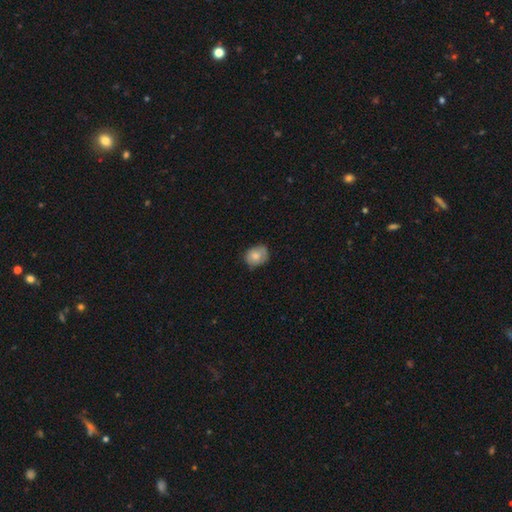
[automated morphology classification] This appears to be a smooth galaxy with no disk features (76%) that is round (57%). Merging: none (64%).